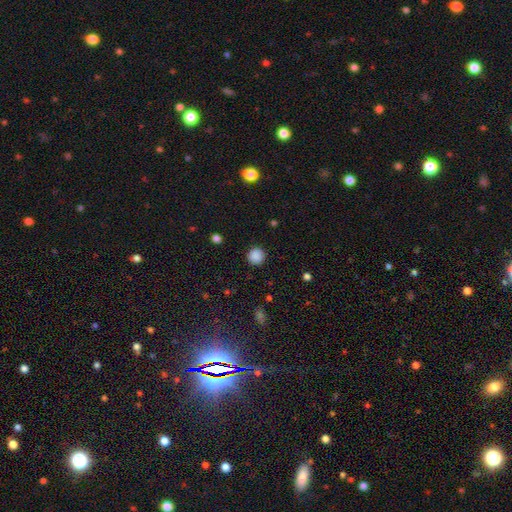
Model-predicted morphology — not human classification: This is clearly a smooth galaxy (87%). How rounded: clearly round (93%). Merging: clearly none (90%).